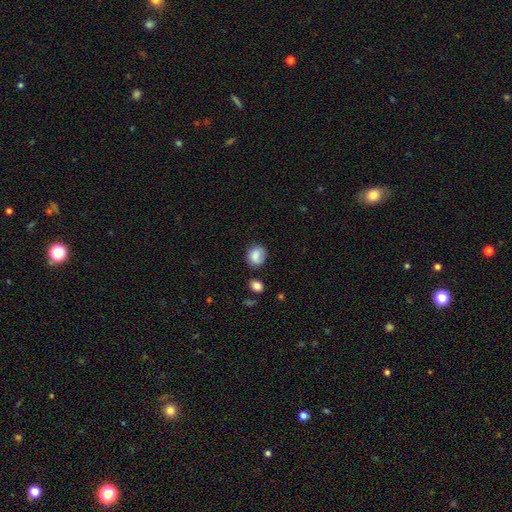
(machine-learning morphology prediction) Smooth or featured? smooth (83%)
How rounded? round (62%)
Merging? none (70%)